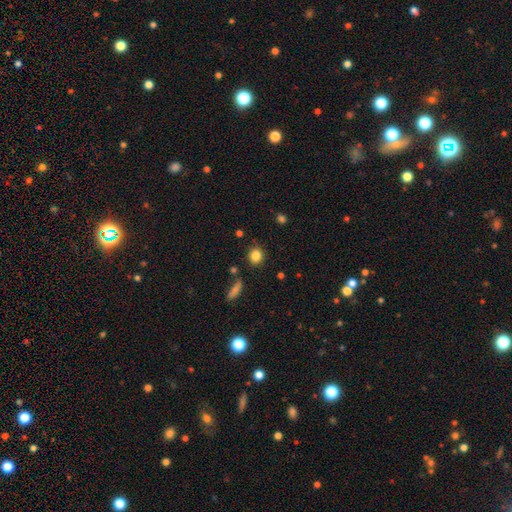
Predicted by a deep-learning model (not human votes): This is clearly a smooth galaxy (84%). How rounded: clearly round (82%). Merging: clearly none (83%).